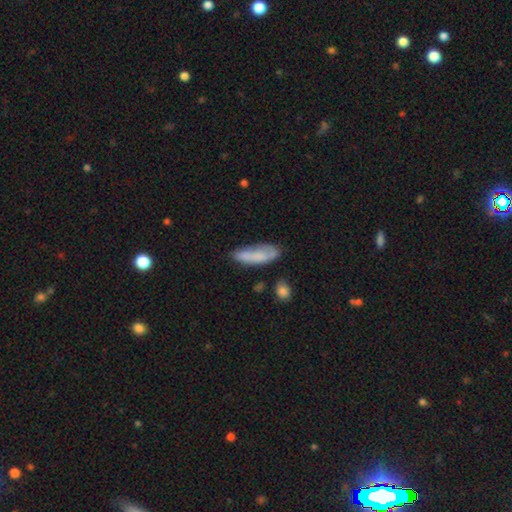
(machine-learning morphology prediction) A smooth galaxy with no disk features (69%) that is in between round and cigar-shaped (53%).

Vote fractions:
- Smooth or featured? smooth: 69% / featured or disk: 23% / star or artifact: 8%
- How rounded? in between: 53% / cigar-shaped: 45% / round: 2%
- Merging? none: 51% / minor disturbance: 29% / major disturbance: 12% / merger: 7%